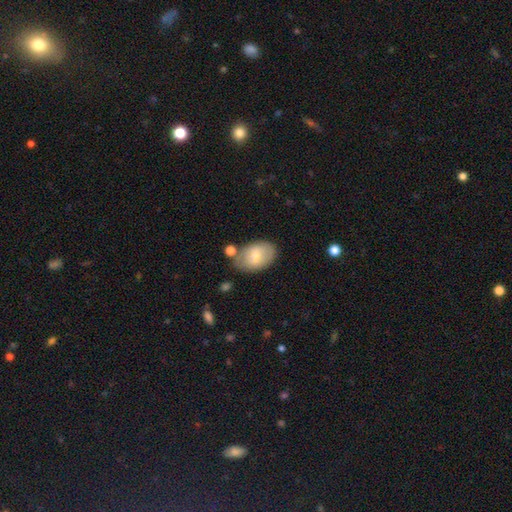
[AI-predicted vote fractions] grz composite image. It shows a smooth galaxy with no disk features (69%) that is in between round and cigar-shaped (87%). Merging: none (68%).